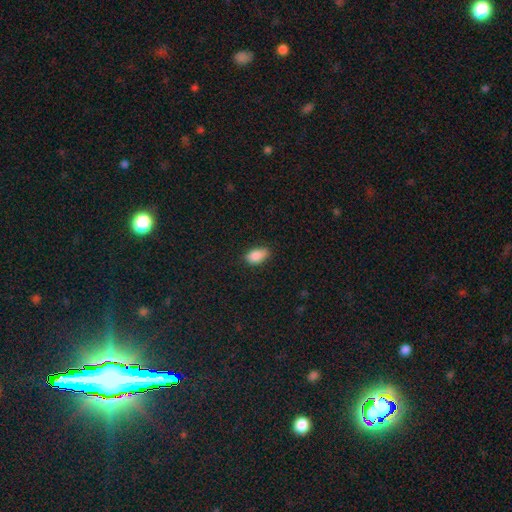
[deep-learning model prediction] Smooth or featured? smooth (87%)
How rounded? in between (91%)
Merging? none (74%)